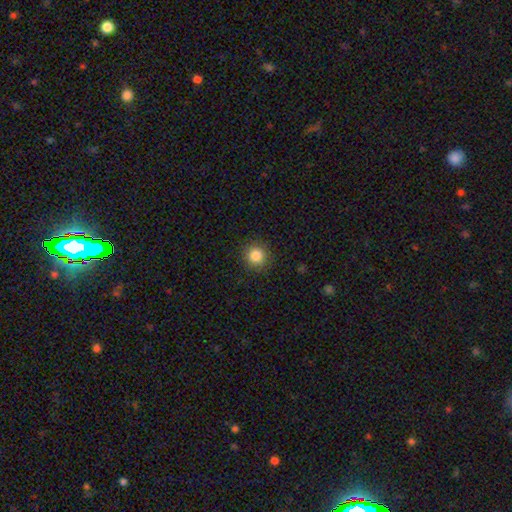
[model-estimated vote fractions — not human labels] This appears to be a smooth galaxy with no disk features (84%) that is round (93%). Merging: none (91%).